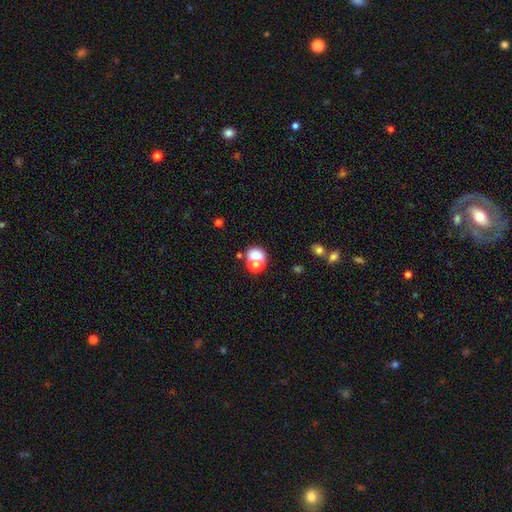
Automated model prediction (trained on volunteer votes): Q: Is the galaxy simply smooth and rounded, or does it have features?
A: smooth — 70%.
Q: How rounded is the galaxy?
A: round — 61%.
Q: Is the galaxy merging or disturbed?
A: merger — 54%.